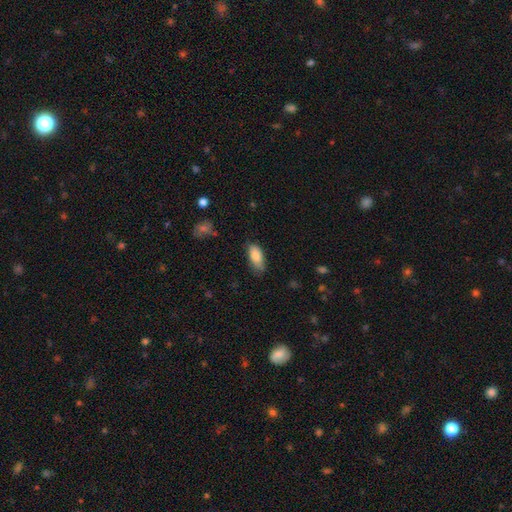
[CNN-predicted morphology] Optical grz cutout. It shows a smooth galaxy with no disk features (86%) that is in between round and cigar-shaped (87%). Merging: none (69%).